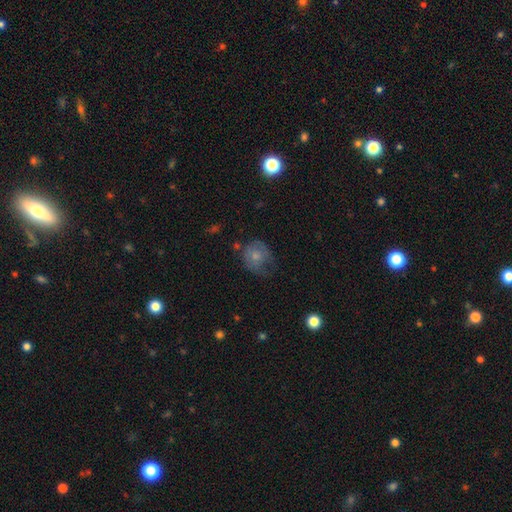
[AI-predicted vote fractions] smooth-or-featured: smooth: 66% | featured or disk: 26% | star or artifact: 8%
  how-rounded: round: 69% | in between: 30% | cigar-shaped: 1%
  merging: none: 38% | minor disturbance: 34% | major disturbance: 24% | merger: 4%